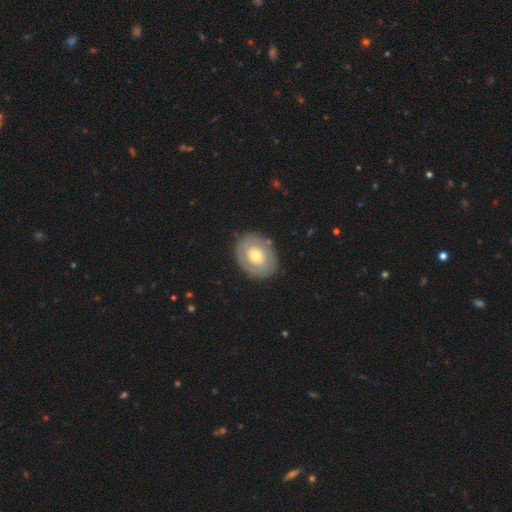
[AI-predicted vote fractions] A smooth galaxy with no disk features (50%).

Vote fractions:
- Smooth or featured? smooth: 50% / featured or disk: 44% / star or artifact: 6%
- Merging? none: 82% / minor disturbance: 12% / major disturbance: 4% / merger: 2%